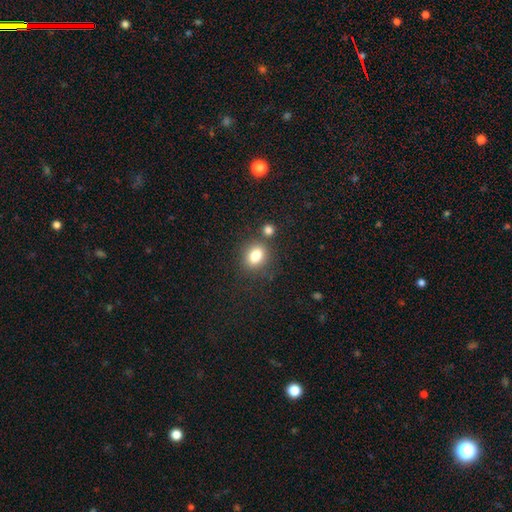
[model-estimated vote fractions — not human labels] Smooth or featured? smooth (81%)
How rounded? in between (53%)
Merging? none (72%)